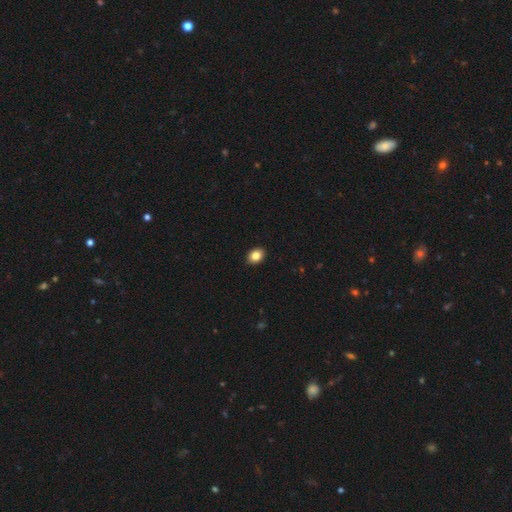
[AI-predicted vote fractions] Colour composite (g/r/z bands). It shows a smooth galaxy with no disk features (85%) that is in between round and cigar-shaped (64%). Merging: none (91%).